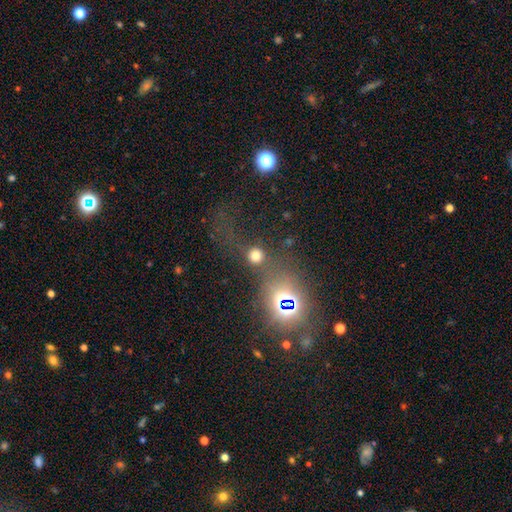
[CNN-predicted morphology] A smooth galaxy with no disk features (66%) that is round (86%).

Vote fractions:
- Smooth or featured? smooth: 66% / star or artifact: 25% / featured or disk: 9%
- How rounded? round: 86% / in between: 12% / cigar-shaped: 2%
- Merging? none: 63% / merger: 15% / minor disturbance: 11% / major disturbance: 11%